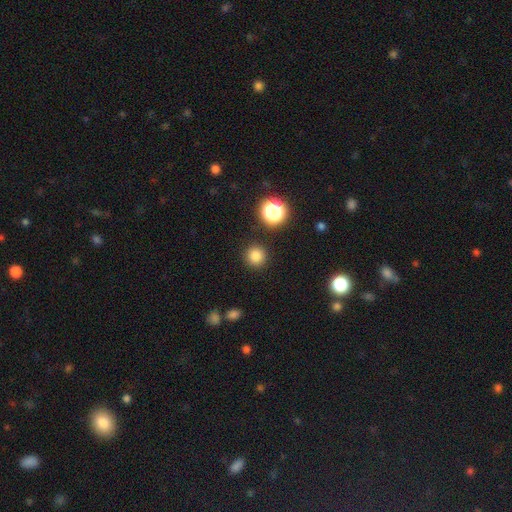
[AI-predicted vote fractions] smooth_or_featured: smooth (p=0.81) [alt: star or artifact p=0.15]
how_rounded: round (p=0.95) [alt: in between p=0.04]
merging: none (p=0.90) [alt: minor disturbance p=0.06]